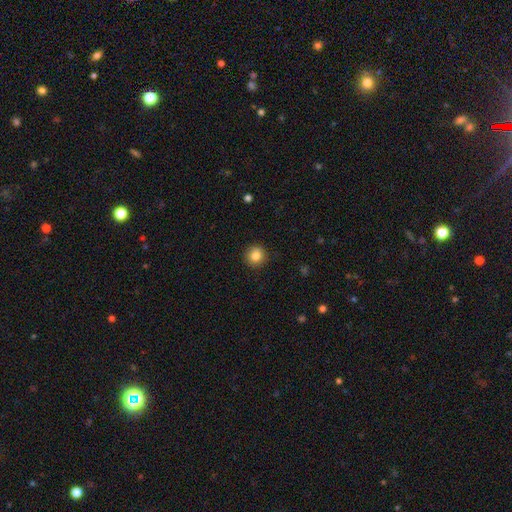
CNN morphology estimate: smooth-or-featured: smooth: 84% | star or artifact: 10% | featured or disk: 6%
  how-rounded: round: 92% | in between: 7% | cigar-shaped: 1%
  merging: none: 91% | minor disturbance: 6% | major disturbance: 2% | merger: 1%